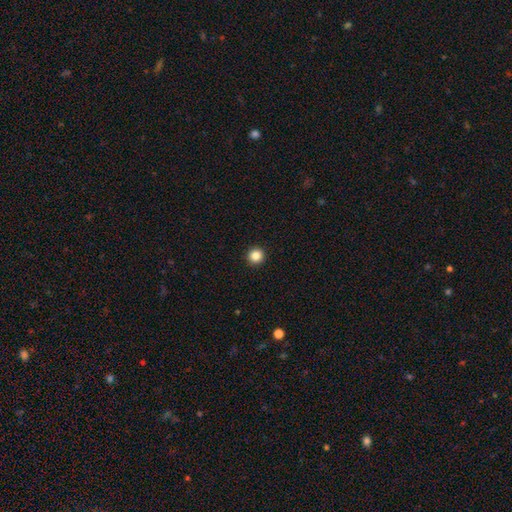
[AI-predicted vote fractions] A smooth galaxy with no disk features (85%) that is round (96%). Merging: none (94%).